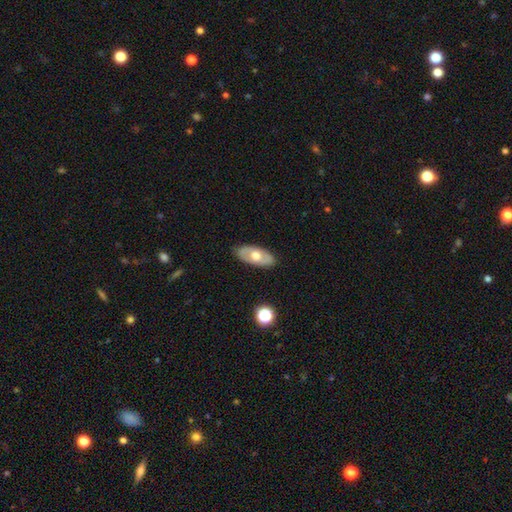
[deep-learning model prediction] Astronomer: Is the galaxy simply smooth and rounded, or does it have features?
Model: smooth — 49% (runner-up: featured or disk, 45%).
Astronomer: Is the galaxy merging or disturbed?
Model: none — 85%.